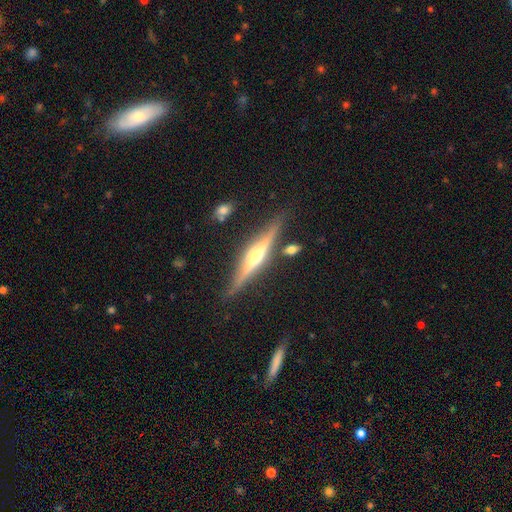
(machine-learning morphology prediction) smooth_or_featured: featured or disk (p=0.79) [alt: smooth p=0.15]
disk_edge_on: yes (p=0.98) [alt: no p=0.02]
edge_on_bulge: rounded (p=0.85) [alt: boxy p=0.09]
merging: none (p=0.84) [alt: minor disturbance p=0.10]